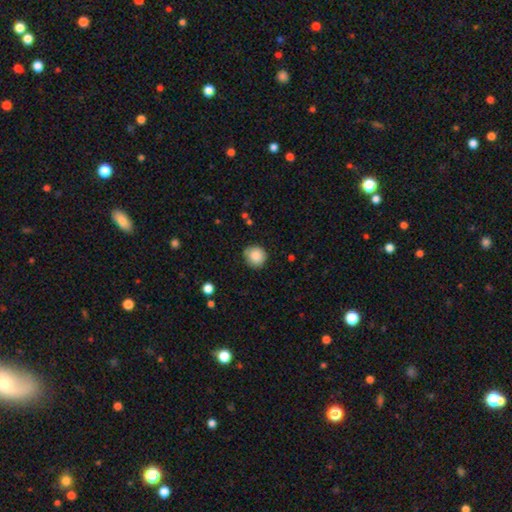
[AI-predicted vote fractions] Overall: smooth (87%). How rounded: round (93%). Merging: none (83%).